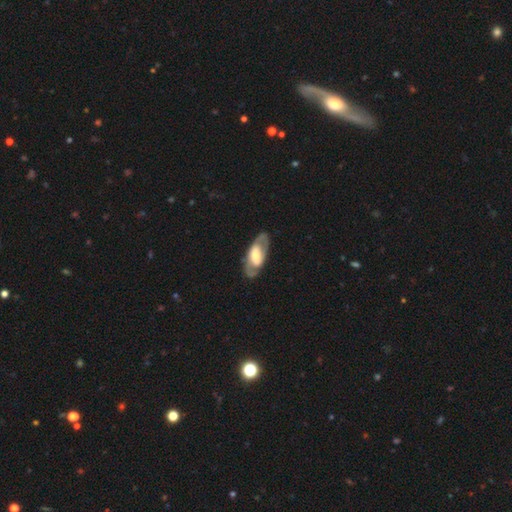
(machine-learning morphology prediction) smooth_or_featured: featured or disk (p=0.65) [alt: smooth p=0.30]
disk_edge_on: no (p=0.86) [alt: yes p=0.14]
bar: no (p=0.35) [alt: weak p=0.34]
has_spiral_arms: yes (p=0.59) [alt: no p=0.41]
bulge_size: moderate (p=0.39) [alt: large p=0.38]
merging: none (p=0.77) [alt: minor disturbance p=0.15]